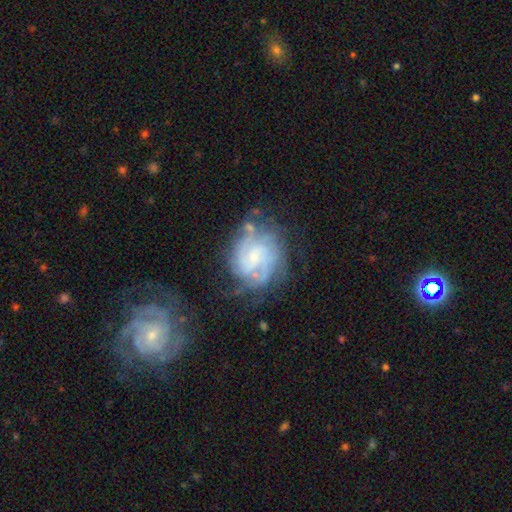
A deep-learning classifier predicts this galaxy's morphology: type=featured or disk (79%); edge-on=no (98%); bar=no (51%); spiral arms=yes (93%); winding=tight (57%); arm count=can't tell (37%); bulge=small (62%); merging=none (58%).